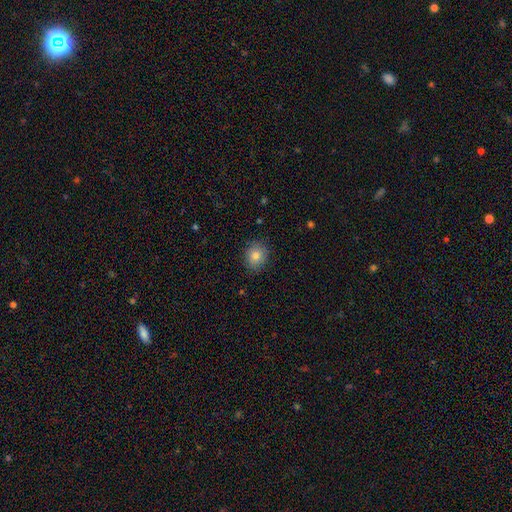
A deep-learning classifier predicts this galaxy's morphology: Overall: smooth (81%). How rounded: round (68%; in between 31%). Merging: none (87%).